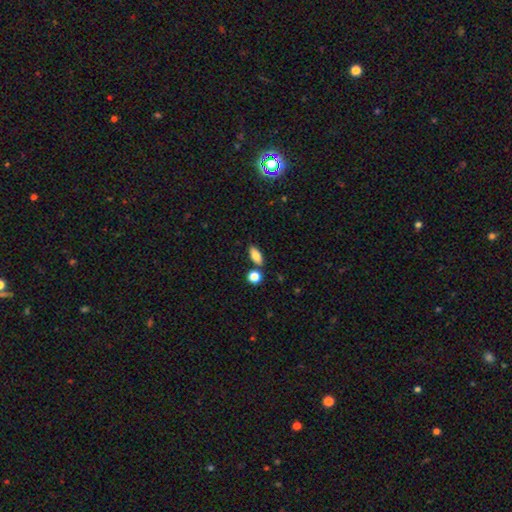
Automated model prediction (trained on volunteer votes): smooth 80%, featured or disk 11%, star or artifact 9%. Down the decision tree: how rounded — in between (83%); merging — none (77%).